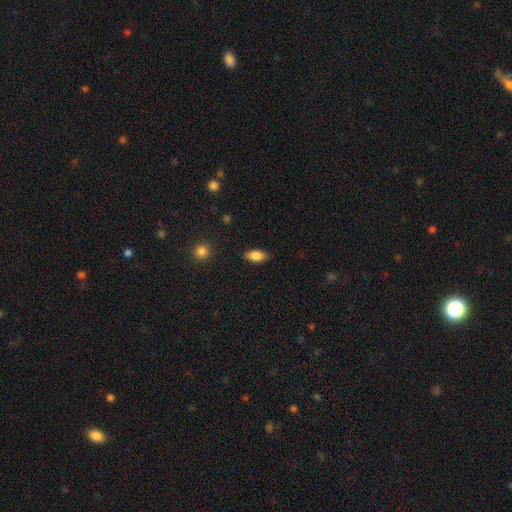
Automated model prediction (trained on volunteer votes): Smooth or featured? smooth (86%)
How rounded? in between (90%)
Merging? none (84%)